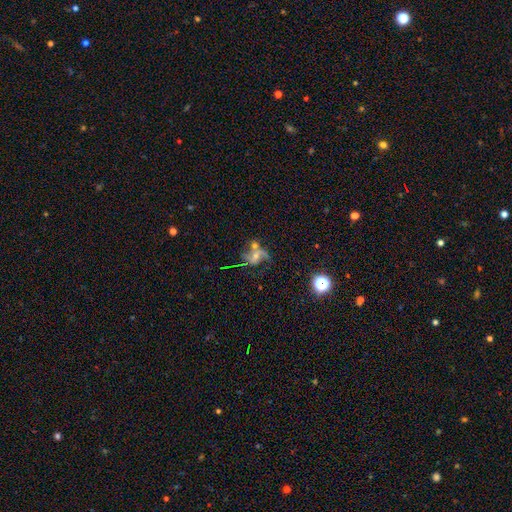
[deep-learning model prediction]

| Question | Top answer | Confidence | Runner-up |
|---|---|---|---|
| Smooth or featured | featured or disk | 65% | smooth (20%) |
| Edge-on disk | no | 96% | yes (4%) |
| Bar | no | 50% | weak (35%) |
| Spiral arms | yes | 85% | no (15%) |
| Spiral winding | loose | 58% | medium (32%) |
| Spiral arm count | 2 | 74% | 1 (13%) |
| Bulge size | moderate | 46% | small (43%) |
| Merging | none | 38% | merger (27%) |